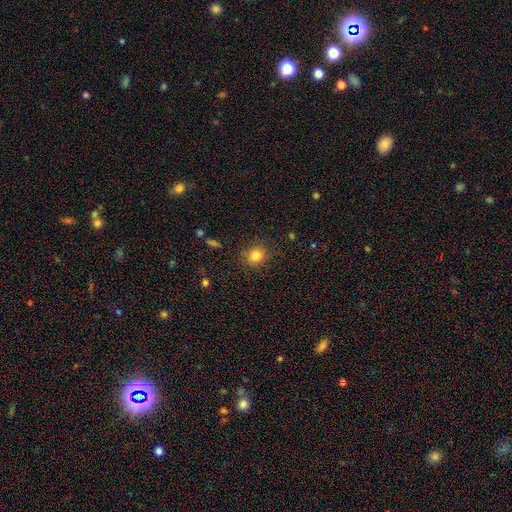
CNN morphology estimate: Smooth or featured? smooth (83%)
How rounded? round (84%)
Merging? none (85%)